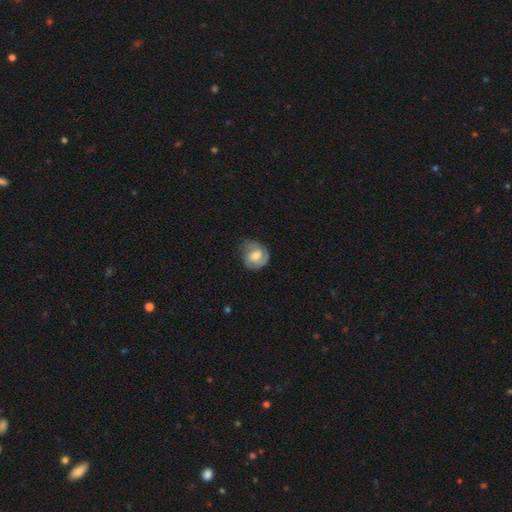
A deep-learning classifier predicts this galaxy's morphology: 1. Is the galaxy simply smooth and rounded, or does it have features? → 54% featured or disk, 39% smooth, 7% star or artifact.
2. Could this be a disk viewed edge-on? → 97% no, 3% yes.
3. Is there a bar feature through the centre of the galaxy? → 48% no, 41% weak, 10% strong.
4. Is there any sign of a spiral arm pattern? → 82% yes, 18% no.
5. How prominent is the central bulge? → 57% moderate, 20% large, 16% small, 5% none, 2% dominant.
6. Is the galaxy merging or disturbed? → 53% none, 29% minor disturbance, 16% major disturbance, 2% merger.